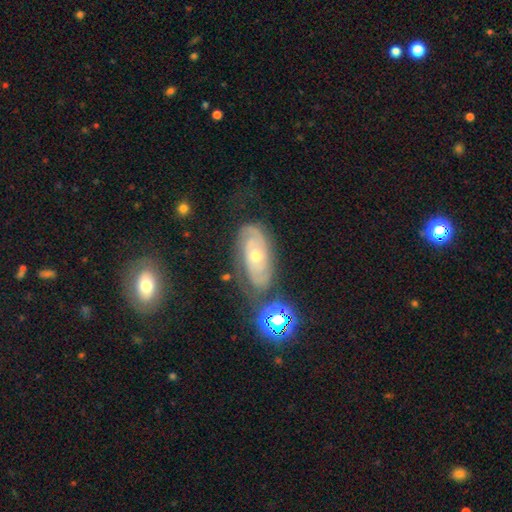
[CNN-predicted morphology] Smooth or featured? featured or disk (70%)
Edge-on disk? no (92%)
Bar? no (73%)
Spiral arms? yes (84%)
Spiral winding? tight (65%)
Spiral arm count? 2 (44%)
Bulge size? moderate (48%, tied with small)
Merging? none (69%)